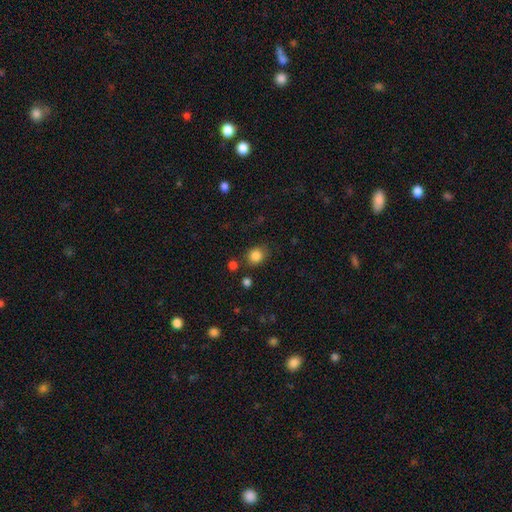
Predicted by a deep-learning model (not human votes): This appears to be a smooth galaxy with no disk features (85%) that is round (73%). Merging: none (77%).